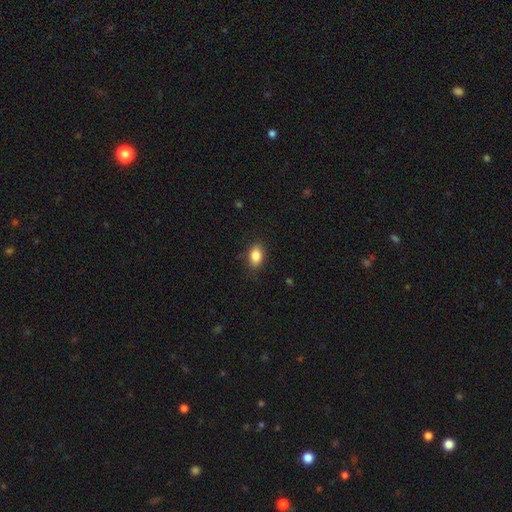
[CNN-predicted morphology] smooth 85%, star or artifact 9%, featured or disk 6%. Down the decision tree: how rounded — in between (85%); merging — none (84%).